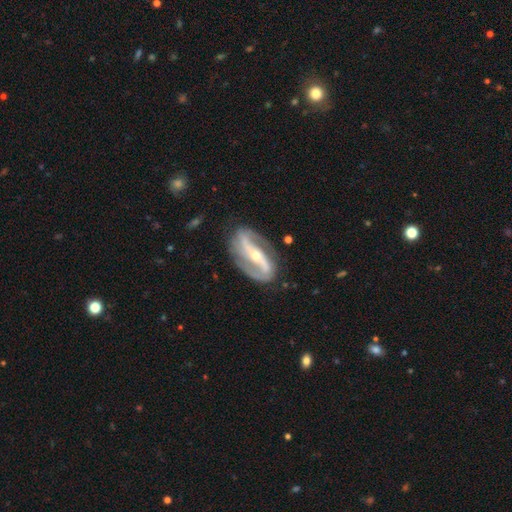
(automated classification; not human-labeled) This is clearly a featured or disk galaxy (90%). It is clearly not viewed edge-on (94%). Bar: likely strong (65%). Spiral arm pattern: clearly yes (94%). Spiral arm count: clearly 2 (92%). Spiral winding: marginally medium (42%). Central bulge: possibly small (56%). Merging: clearly none (80%).